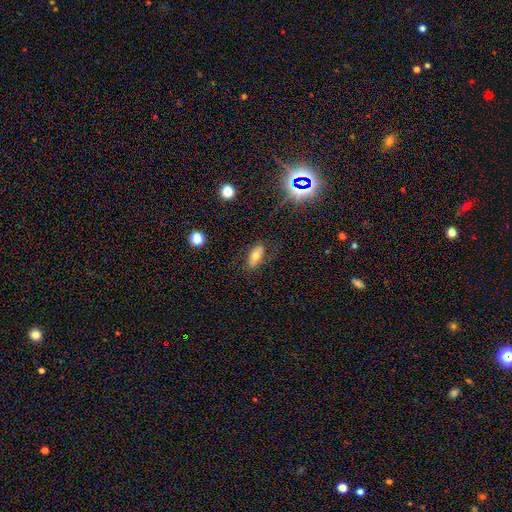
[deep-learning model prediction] This appears to be a smooth galaxy with no disk features (65%) that is in between round and cigar-shaped (85%). Merging: none (75%).